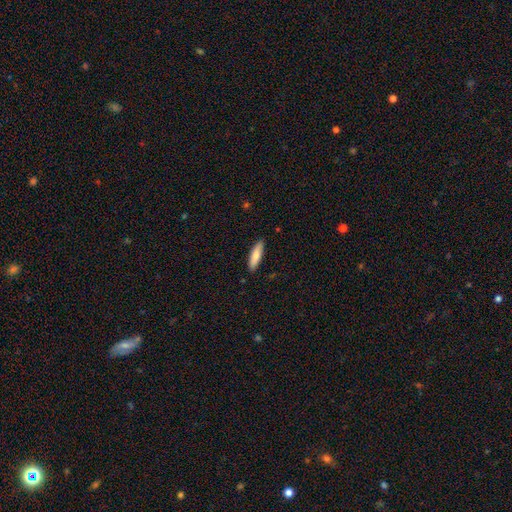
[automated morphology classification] A smooth galaxy with no disk features (77%) that is cigar-shaped (66%).

Vote fractions:
- Smooth or featured? smooth: 77% / featured or disk: 18% / star or artifact: 6%
- How rounded? cigar-shaped: 66% / in between: 32% / round: 2%
- Merging? none: 88% / minor disturbance: 9% / major disturbance: 2% / merger: 1%